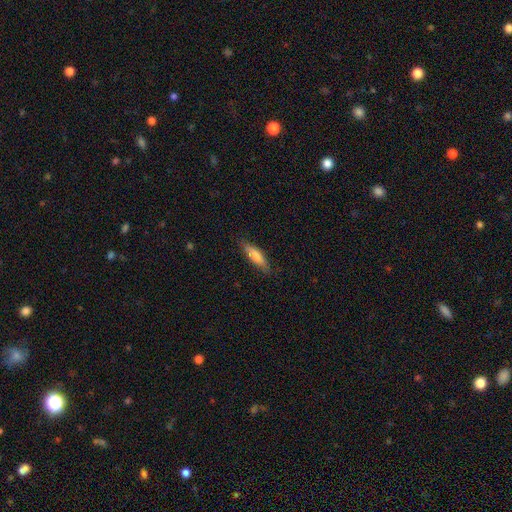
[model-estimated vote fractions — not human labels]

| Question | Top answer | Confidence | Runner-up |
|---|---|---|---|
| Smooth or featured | smooth | 76% | featured or disk (18%) |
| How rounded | cigar-shaped | 65% | in between (34%) |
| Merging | none | 82% | minor disturbance (14%) |